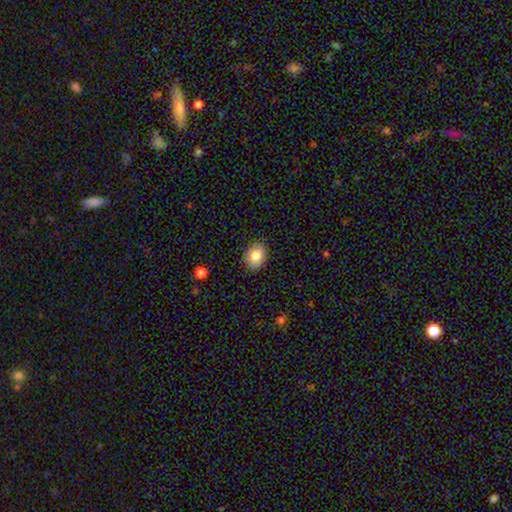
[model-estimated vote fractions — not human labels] smooth 84%, featured or disk 8%, star or artifact 8%. Down the decision tree: how rounded — in between (68%); merging — none (87%).